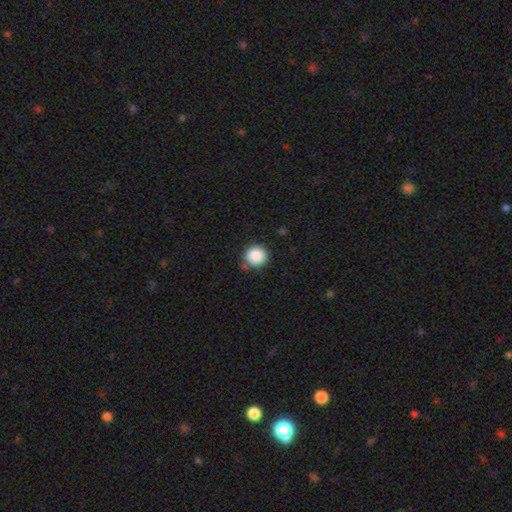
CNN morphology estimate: smooth_or_featured: smooth (p=0.88) [alt: star or artifact p=0.09]
how_rounded: round (p=0.93) [alt: in between p=0.06]
merging: none (p=0.83) [alt: minor disturbance p=0.12]